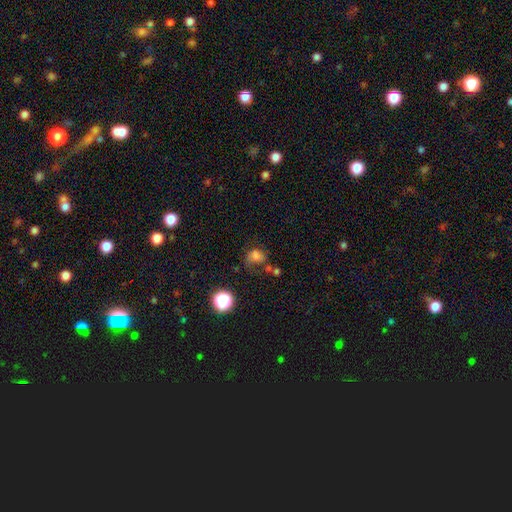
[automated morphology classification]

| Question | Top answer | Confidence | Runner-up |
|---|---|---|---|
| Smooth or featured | smooth | 66% | star or artifact (17%) |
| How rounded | round | 53% | in between (46%) |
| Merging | none | 40% | minor disturbance (25%) |